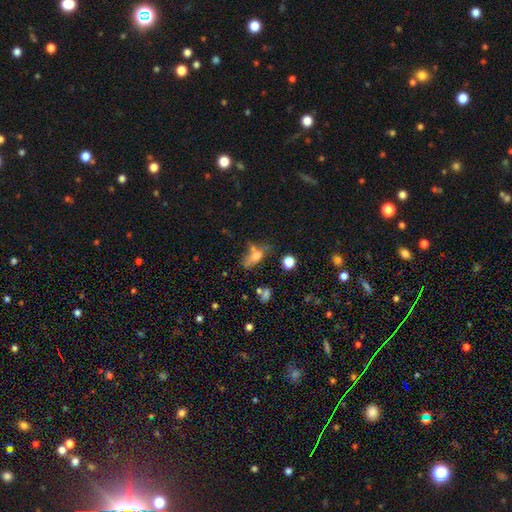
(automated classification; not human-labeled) smooth 63%, featured or disk 21%, star or artifact 15%. Down the decision tree: how rounded — in between (74%); merging — none (38%).